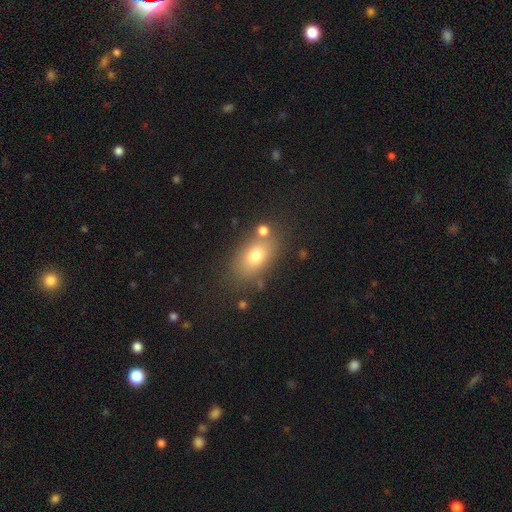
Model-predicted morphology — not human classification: smooth_or_featured: smooth (p=0.74) [alt: featured or disk p=0.15]
how_rounded: in between (p=0.82) [alt: round p=0.15]
merging: none (p=0.72) [alt: minor disturbance p=0.12]